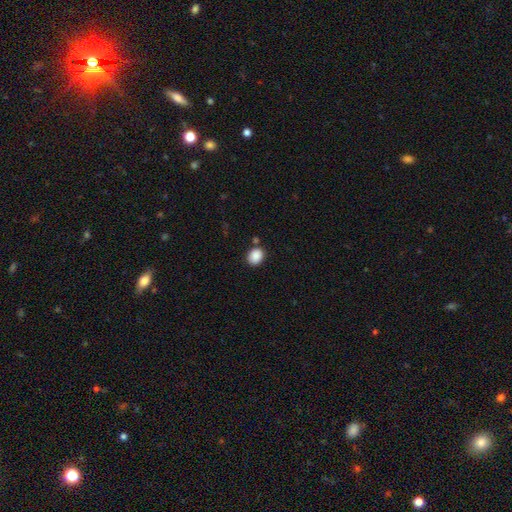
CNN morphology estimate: smooth_or_featured: smooth (p=0.88) [alt: star or artifact p=0.08]
how_rounded: round (p=0.54) [alt: in between p=0.46]
merging: none (p=0.79) [alt: minor disturbance p=0.11]